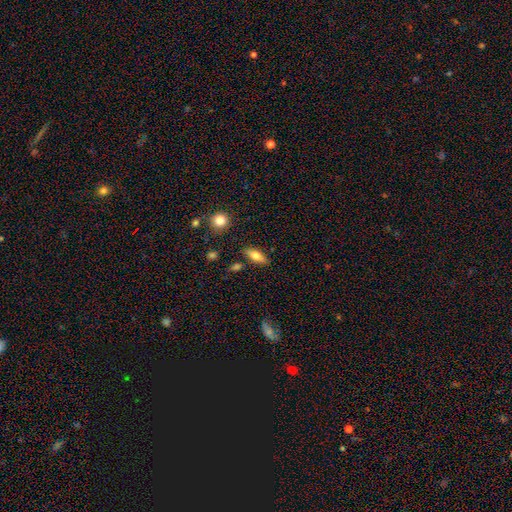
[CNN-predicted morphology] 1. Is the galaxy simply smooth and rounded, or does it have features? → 68% smooth, 25% featured or disk, 8% star or artifact.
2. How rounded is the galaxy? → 71% in between, 25% cigar-shaped, 4% round.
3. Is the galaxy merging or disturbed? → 83% none, 10% minor disturbance, 4% merger, 3% major disturbance.